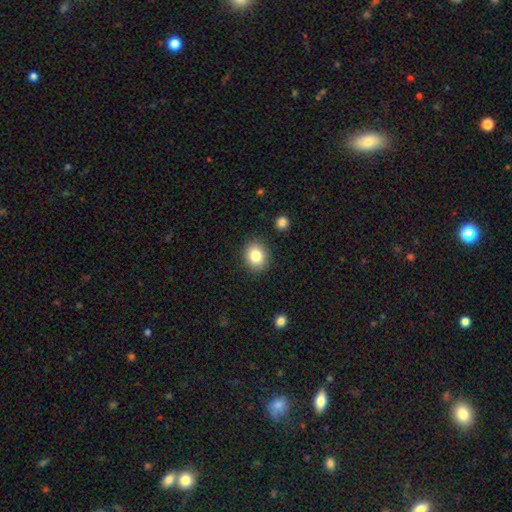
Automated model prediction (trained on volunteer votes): A smooth galaxy with no disk features (83%) that is round (67%). Merging: none (88%).